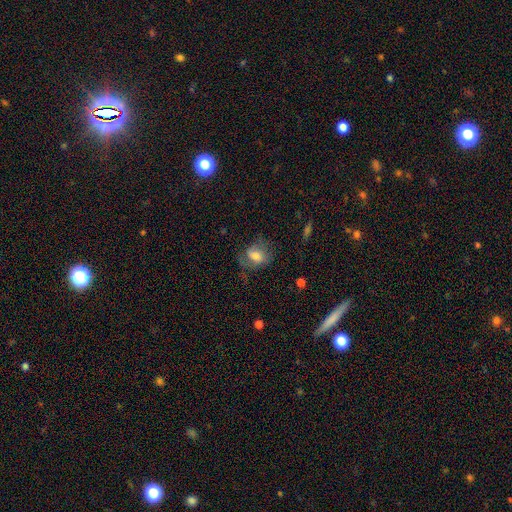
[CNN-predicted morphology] A smooth galaxy with no disk features (60%) that is in between round and cigar-shaped (58%). Merging: none (48%).